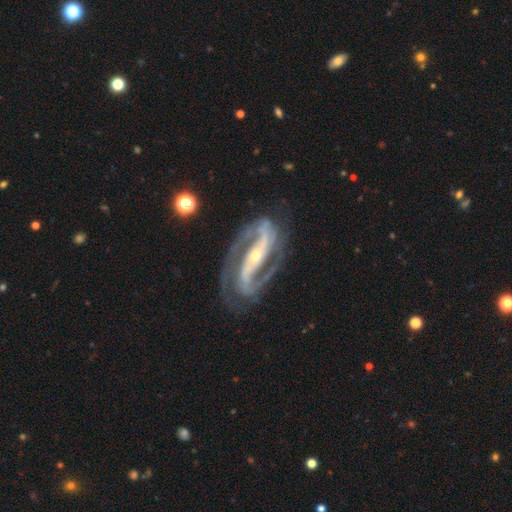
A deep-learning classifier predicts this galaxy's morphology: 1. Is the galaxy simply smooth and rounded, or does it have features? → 93% featured or disk, 4% star or artifact, 3% smooth.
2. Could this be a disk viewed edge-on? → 95% no, 5% yes.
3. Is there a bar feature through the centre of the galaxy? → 67% strong, 17% weak, 16% no.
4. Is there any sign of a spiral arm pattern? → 98% yes, 2% no.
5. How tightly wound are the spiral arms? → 52% medium, 34% tight, 13% loose.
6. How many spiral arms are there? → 90% 2, 3% 3, 2% can't tell, 1% 1, 1% 4, 1% more than 4.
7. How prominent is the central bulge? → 69% small, 27% moderate, 2% large, 1% none, 1% dominant.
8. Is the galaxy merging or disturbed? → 77% none, 14% minor disturbance, 7% major disturbance, 2% merger.